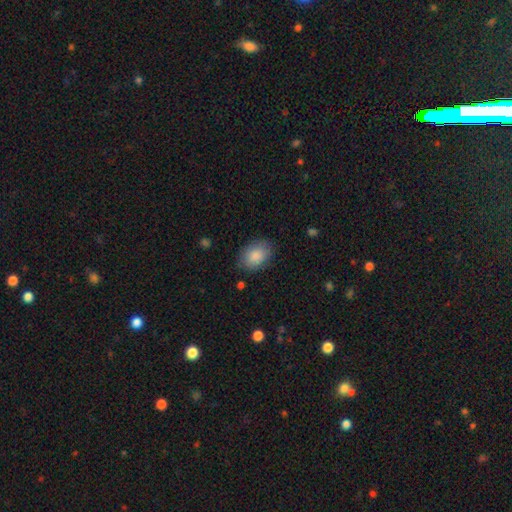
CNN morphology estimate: A smooth galaxy with no disk features (87%) that is in between round and cigar-shaped (83%). Merging: none (82%).